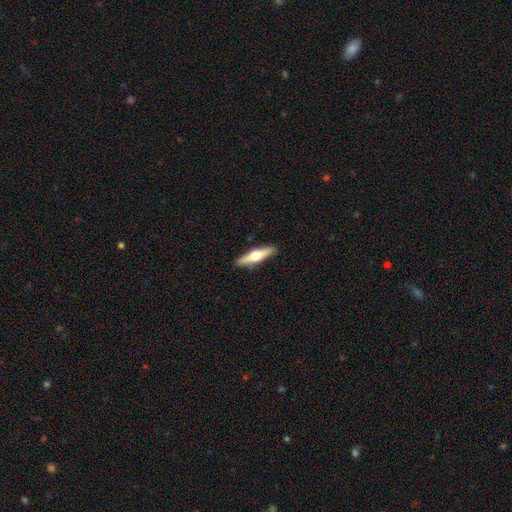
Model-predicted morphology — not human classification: A featured or disk galaxy (58%) viewed edge-on (96%) with a rounded central bulge (95%). Merging: none (91%).